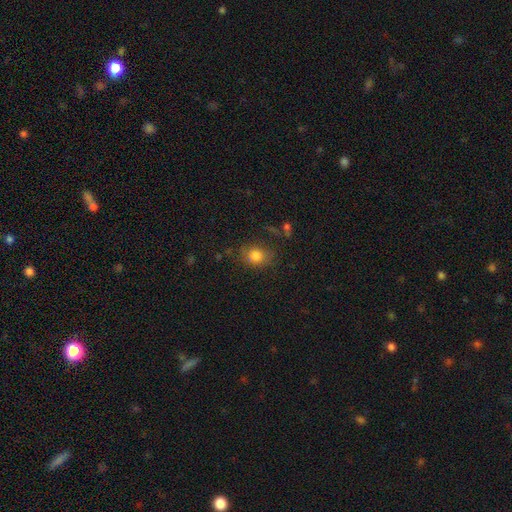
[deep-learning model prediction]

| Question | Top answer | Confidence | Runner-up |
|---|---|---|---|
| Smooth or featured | smooth | 80% | star or artifact (12%) |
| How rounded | round | 58% | in between (40%) |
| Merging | none | 72% | minor disturbance (19%) |